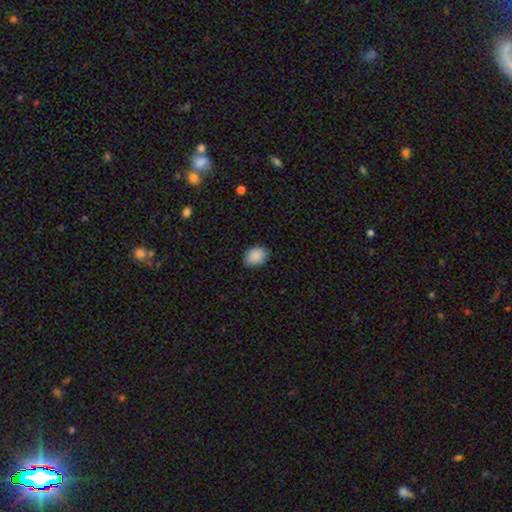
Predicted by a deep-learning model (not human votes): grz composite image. It shows a smooth galaxy with no disk features (89%) that is in between round and cigar-shaped (66%). Merging: none (84%).